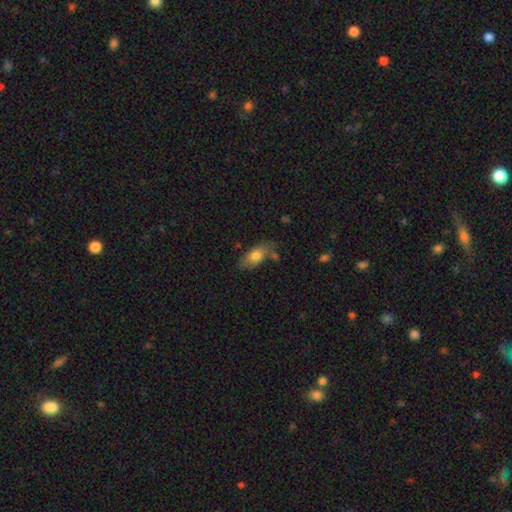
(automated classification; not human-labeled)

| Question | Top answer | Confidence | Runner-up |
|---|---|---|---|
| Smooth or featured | smooth | 75% | featured or disk (17%) |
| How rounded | in between | 86% | cigar-shaped (8%) |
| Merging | none | 65% | minor disturbance (20%) |